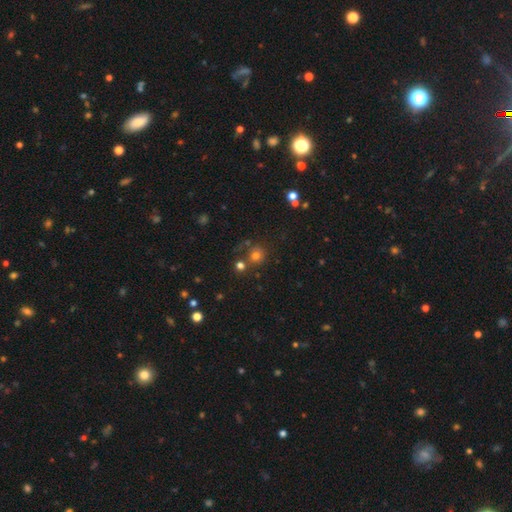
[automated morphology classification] Smooth or featured?
  - smooth: 70% *
  - star or artifact: 20%
  - featured or disk: 10%
How rounded?
  - round: 87% *
  - in between: 12%
  - cigar-shaped: 1%
Merging?
  - none: 64% *
  - merger: 18%
  - minor disturbance: 11%
  - major disturbance: 6%